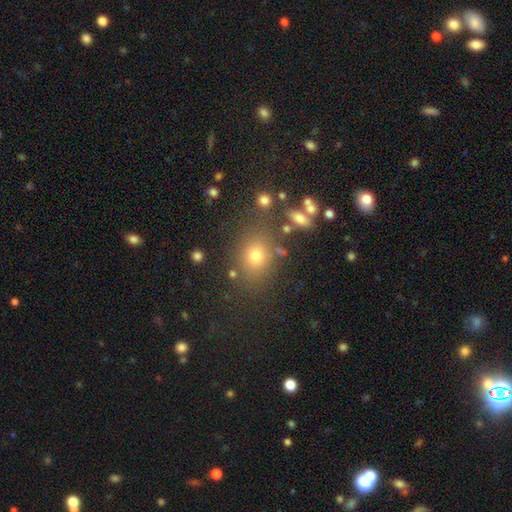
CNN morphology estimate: A smooth galaxy with no disk features (70%) that is round (53%).

Vote fractions:
- Smooth or featured? smooth: 70% / star or artifact: 19% / featured or disk: 11%
- How rounded? round: 53% / in between: 46% / cigar-shaped: 2%
- Merging? none: 75% / minor disturbance: 12% / merger: 7% / major disturbance: 5%